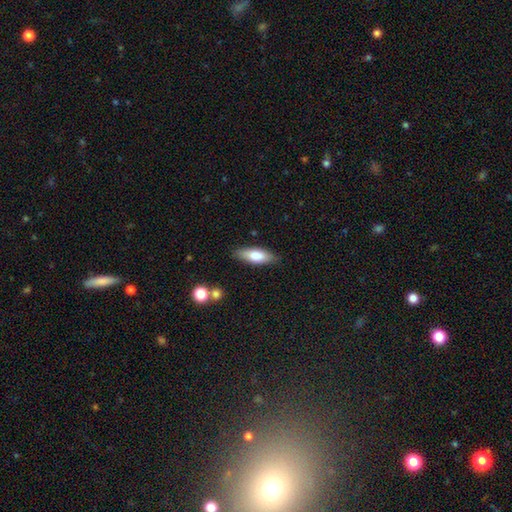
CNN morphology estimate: Q: Smooth or featured?
A: smooth (73%); runner-up: featured or disk (21%)
Q: How rounded?
A: in between (61%); runner-up: cigar-shaped (37%)
Q: Merging?
A: none (84%); runner-up: minor disturbance (12%)